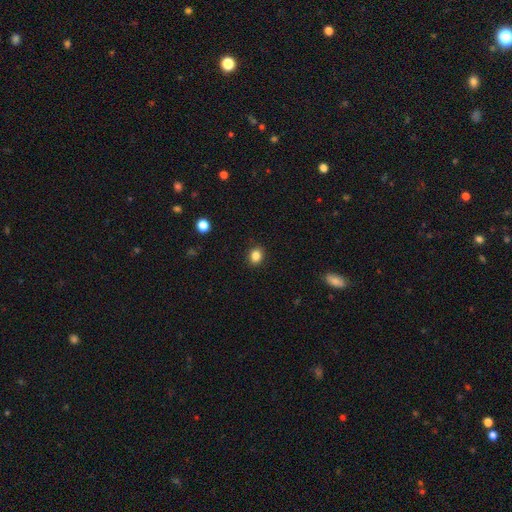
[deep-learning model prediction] Overall: smooth (85%). How rounded: round (62%; in between 37%). Merging: none (90%).